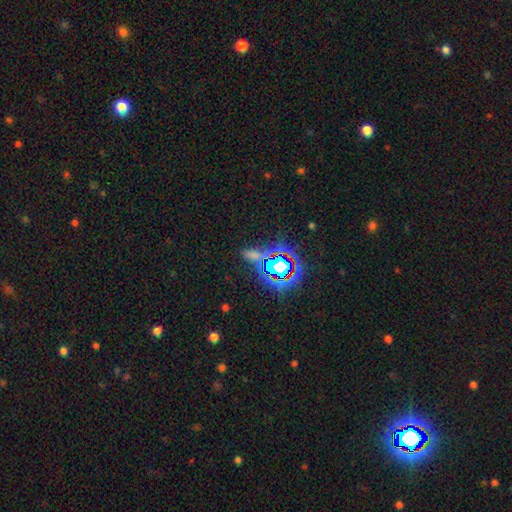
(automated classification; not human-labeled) A star or artifact, not a galaxy (53%).